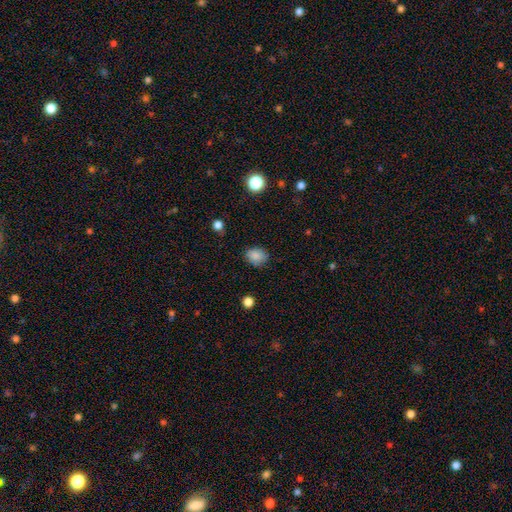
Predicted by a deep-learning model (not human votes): The model was most divided on "how rounded": in between: 60%, round: 39%, cigar-shaped: 1%. More confident: smooth or featured — smooth (85%); merging — none (77%).